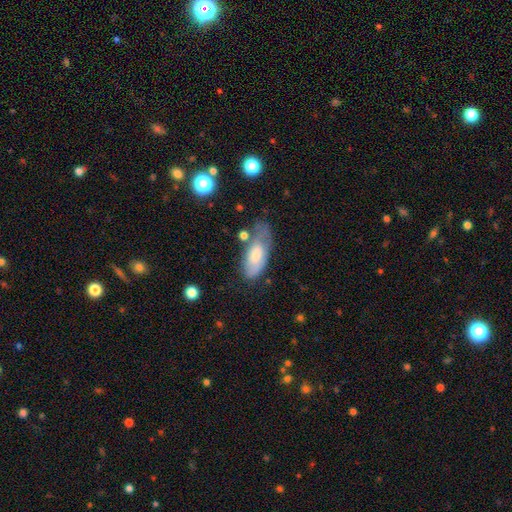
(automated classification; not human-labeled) This appears to be a smooth galaxy with no disk features (63%) that is in between round and cigar-shaped (85%). Merging: none (40%).